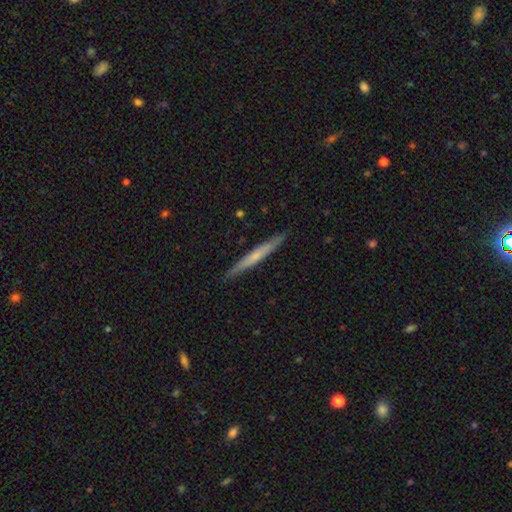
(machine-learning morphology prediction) Smooth or featured? smooth (50%)
How rounded? cigar-shaped (96%)
Merging? none (90%)